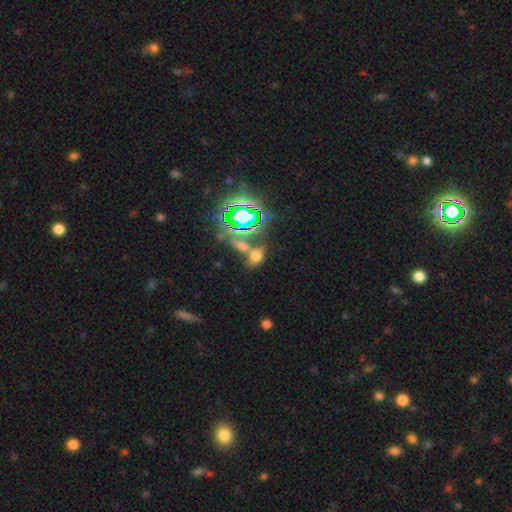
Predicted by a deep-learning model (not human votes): Smooth or featured? smooth (46%)
Merging? none (45%)